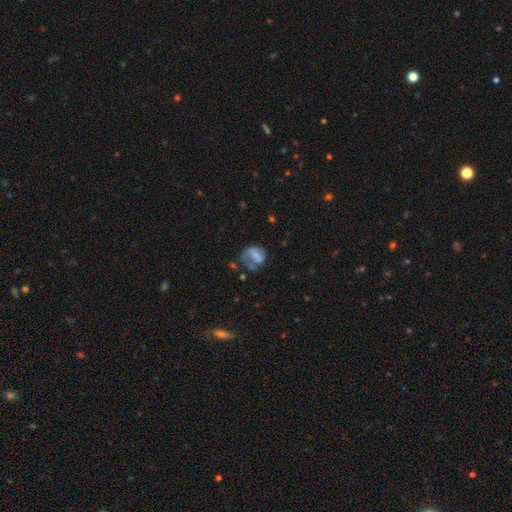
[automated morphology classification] type=smooth (48%); merging=major disturbance (43%).